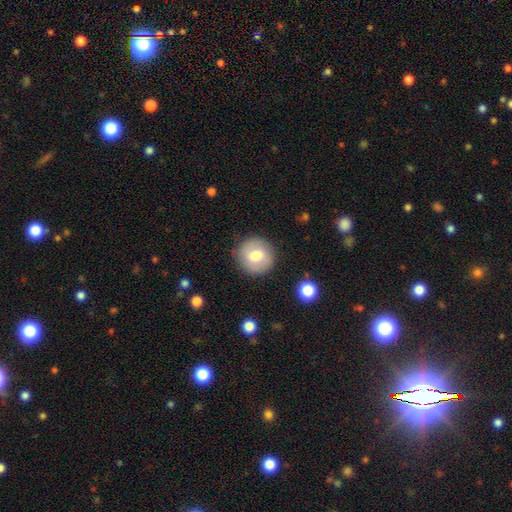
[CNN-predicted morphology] The model was most divided on "smooth or featured": smooth: 69%, featured or disk: 23%, star or artifact: 8%. More confident: how rounded — round (91%); merging — none (86%).